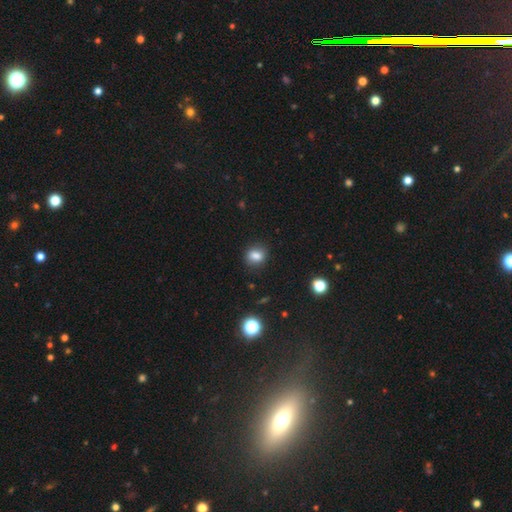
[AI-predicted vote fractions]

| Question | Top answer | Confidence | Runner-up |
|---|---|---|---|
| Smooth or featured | smooth | 82% | star or artifact (12%) |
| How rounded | round | 53% | in between (45%) |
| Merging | none | 84% | minor disturbance (11%) |